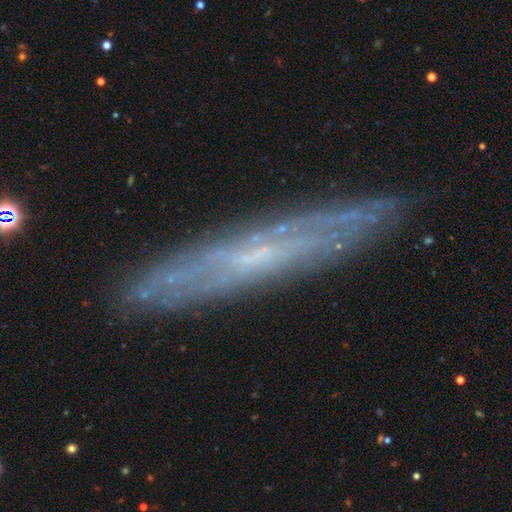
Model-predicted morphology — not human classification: featured or disk 67%, smooth 24%, star or artifact 10%. Down the decision tree: edge-on disk — yes (72%); merging — none (87%).